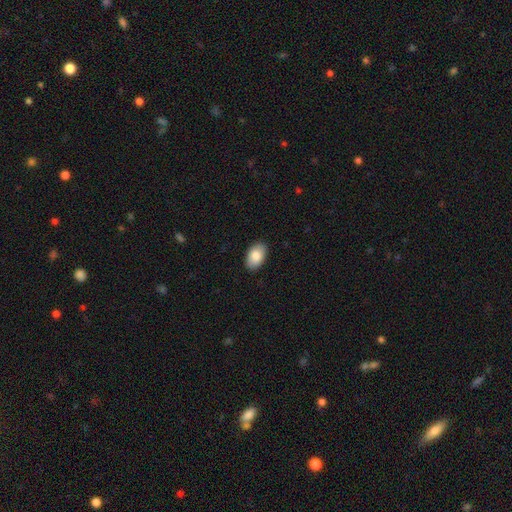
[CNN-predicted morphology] smooth_or_featured: smooth (p=0.86) [alt: featured or disk p=0.08]
how_rounded: in between (p=0.93) [alt: round p=0.06]
merging: none (p=0.89) [alt: minor disturbance p=0.09]